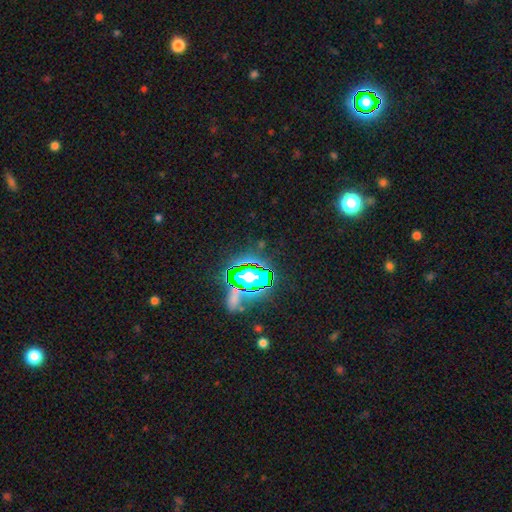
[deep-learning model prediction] A star or artifact, not a galaxy (81%).

Vote fractions:
- Smooth or featured? star or artifact: 81% / smooth: 11% / featured or disk: 7%